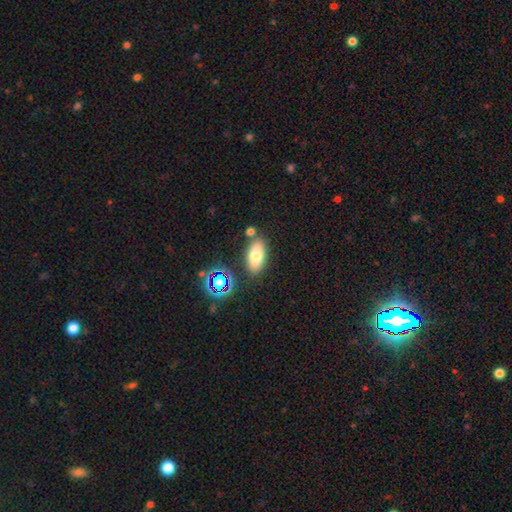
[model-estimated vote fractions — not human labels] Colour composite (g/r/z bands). It shows a smooth galaxy with no disk features (74%) that is in between round and cigar-shaped (86%). Merging: none (78%).